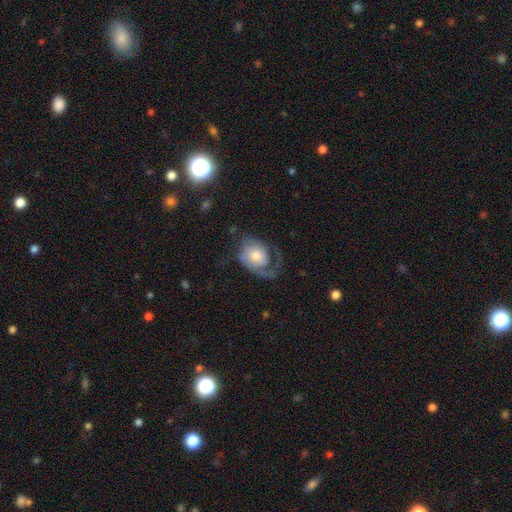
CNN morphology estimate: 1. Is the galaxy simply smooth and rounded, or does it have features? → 68% featured or disk, 25% smooth, 6% star or artifact.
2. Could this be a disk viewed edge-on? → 97% no, 3% yes.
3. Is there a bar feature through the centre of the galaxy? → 77% no, 19% weak, 4% strong.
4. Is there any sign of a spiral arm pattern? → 88% yes, 12% no.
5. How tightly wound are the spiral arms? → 36% medium, 34% loose, 29% tight.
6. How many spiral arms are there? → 61% 1, 29% 2, 7% can't tell, 2% 3, 1% 4, 1% more than 4.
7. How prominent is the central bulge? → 58% moderate, 21% small, 17% large, 3% dominant, 2% none.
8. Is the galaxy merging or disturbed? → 42% none, 35% major disturbance, 21% minor disturbance, 2% merger.